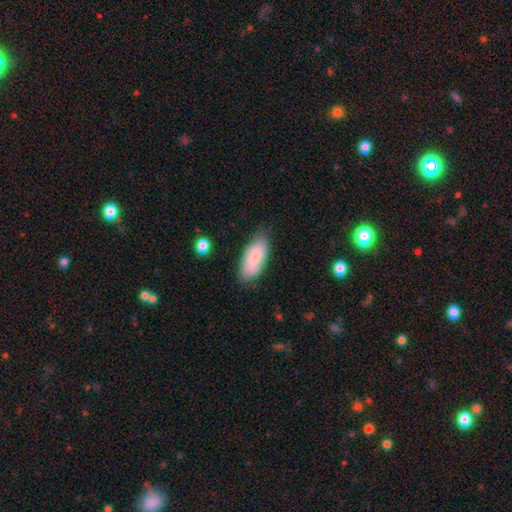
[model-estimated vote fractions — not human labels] Q: Smooth or featured?
A: smooth (83%); runner-up: featured or disk (10%)
Q: How rounded?
A: in between (84%); runner-up: cigar-shaped (14%)
Q: Merging?
A: none (74%); runner-up: minor disturbance (20%)